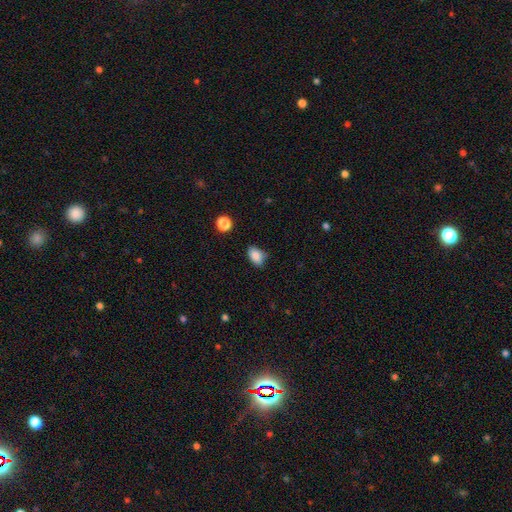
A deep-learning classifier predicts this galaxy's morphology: Smooth or featured? smooth (86%)
How rounded? in between (83%)
Merging? none (72%)